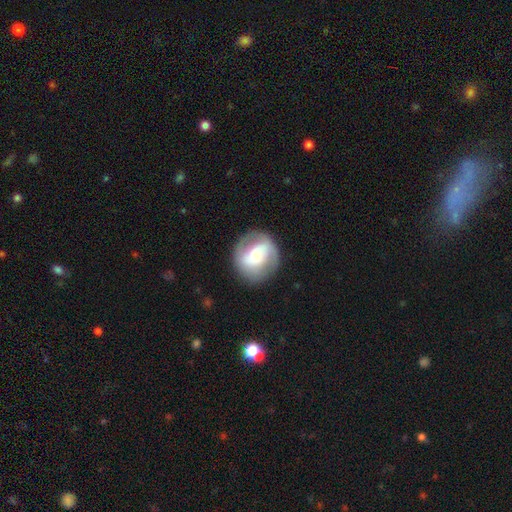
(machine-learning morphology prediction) This appears to be a featured or disk galaxy (59%) with no bar (46%), spiral arms (74%) and a small central bulge (45%). Merging: none (77%).